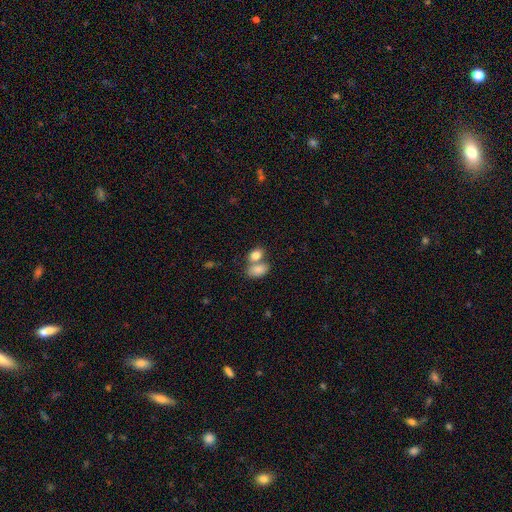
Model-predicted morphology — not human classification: A smooth galaxy with no disk features (83%) that is in between round and cigar-shaped (81%).

Vote fractions:
- Smooth or featured? smooth: 83% / featured or disk: 9% / star or artifact: 8%
- How rounded? in between: 81% / round: 17% / cigar-shaped: 2%
- Merging? merger: 54% / none: 34% / minor disturbance: 8% / major disturbance: 4%